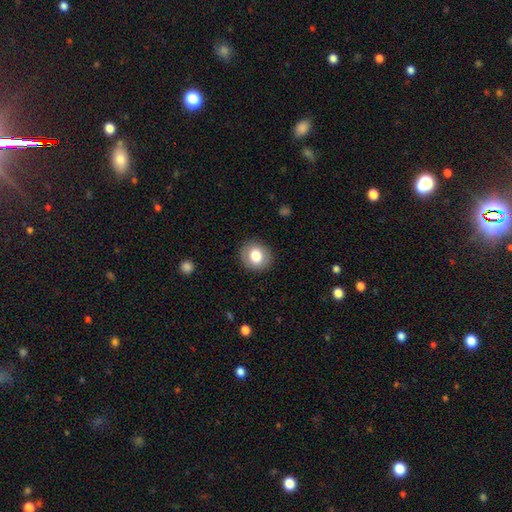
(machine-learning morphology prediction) smooth 78%, featured or disk 13%, star or artifact 9%. Down the decision tree: how rounded — round (76%); merging — none (89%).